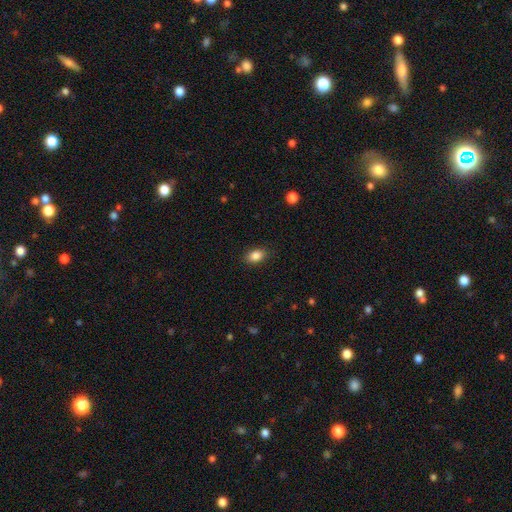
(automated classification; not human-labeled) Smooth or featured? smooth (86%)
How rounded? in between (85%)
Merging? none (87%)